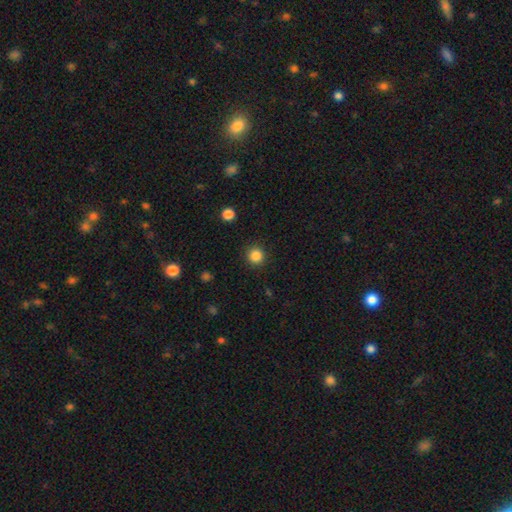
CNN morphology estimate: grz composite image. It shows a smooth galaxy with no disk features (85%) that is round (94%). Merging: none (91%).